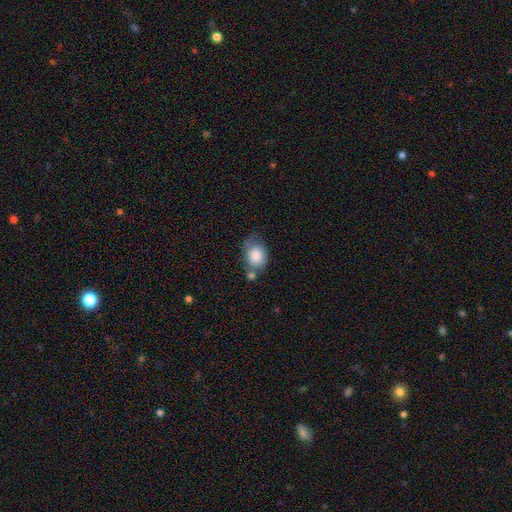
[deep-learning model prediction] The model was most divided on "merging": none: 42%, minor disturbance: 28%, merger: 19%, major disturbance: 11%. More confident: smooth or featured — smooth (81%); how rounded — in between (61%).